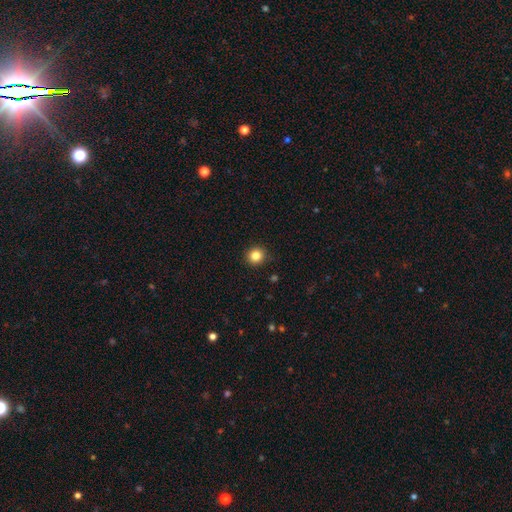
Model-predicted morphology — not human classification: A smooth galaxy with no disk features (84%) that is round (91%). Merging: none (91%).